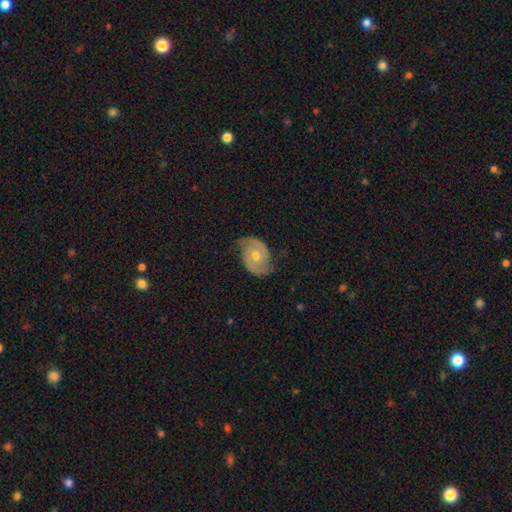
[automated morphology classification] Smooth or featured: featured or disk — 84% (smooth — 10%)
Edge-on disk: no — 97% (yes — 3%)
Bar: no — 64% (weak — 30%)
Spiral arms: yes — 95% (no — 5%)
Spiral winding: tight — 43% (tied with medium — 43%)
Spiral arm count: 2 — 90% (can't tell — 5%)
Bulge size: moderate — 66% (small — 30%)
Merging: none — 76% (minor disturbance — 18%)